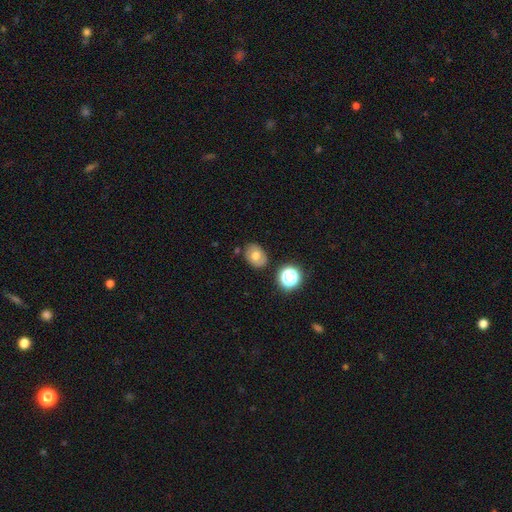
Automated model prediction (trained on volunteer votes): smooth-or-featured: smooth: 64% | featured or disk: 24% | star or artifact: 12%
  how-rounded: in between: 60% | round: 39% | cigar-shaped: 1%
  merging: none: 79% | minor disturbance: 13% | merger: 4% | major disturbance: 3%